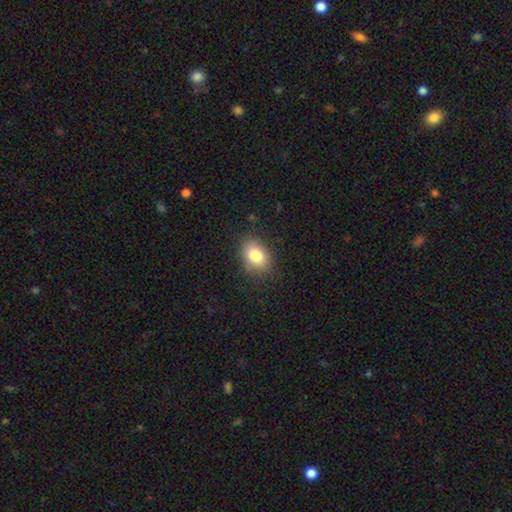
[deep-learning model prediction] Morphology: type=smooth (82%); roundness=in between (77%); merging=none (83%).